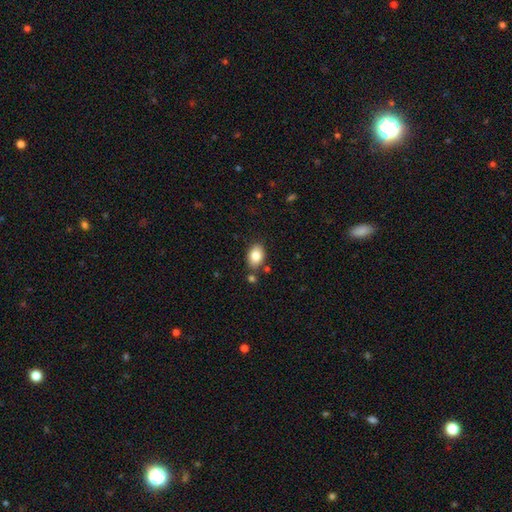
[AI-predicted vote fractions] Smooth or featured? Predicted: smooth (p=0.84). How rounded? Predicted: in between (p=0.82). Merging? Predicted: none (p=0.80).